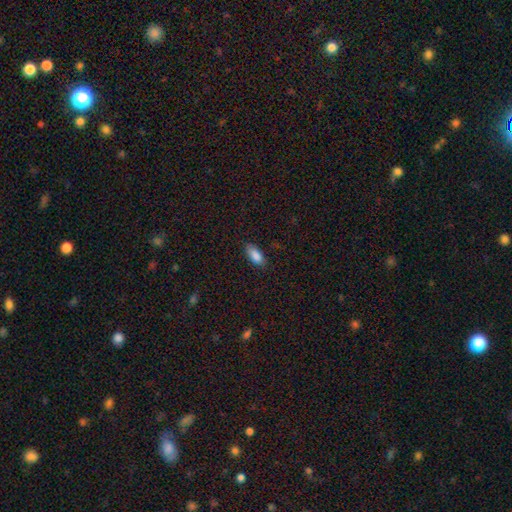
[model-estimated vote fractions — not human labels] This is clearly a smooth galaxy (87%). How rounded: clearly in between (85%). Merging: likely none (80%).